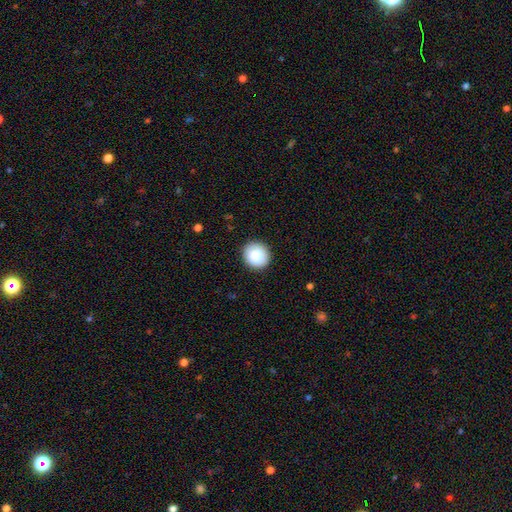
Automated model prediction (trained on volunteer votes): Overall: smooth (85%). How rounded: round (86%). Merging: none (89%).